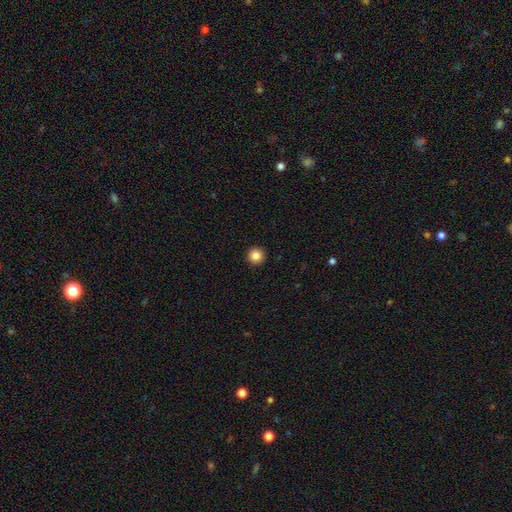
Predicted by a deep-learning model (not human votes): Smooth or featured: smooth — 85% (star or artifact — 10%)
How rounded: round — 96% (in between — 3%)
Merging: none — 94% (minor disturbance — 4%)